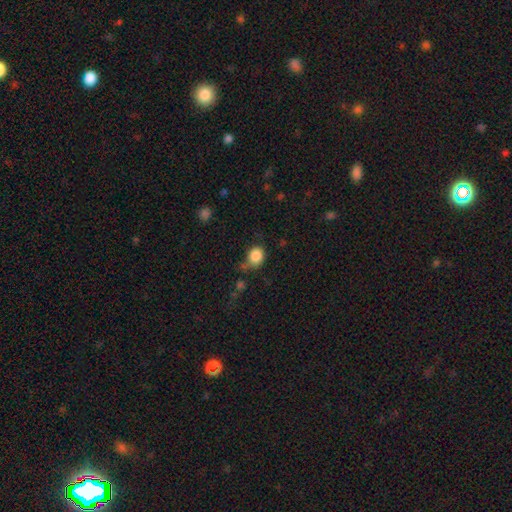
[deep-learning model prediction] The model was most divided on "merging": none: 49%, minor disturbance: 29%, major disturbance: 15%, merger: 8%. More confident: smooth or featured — smooth (85%); how rounded — round (68%).